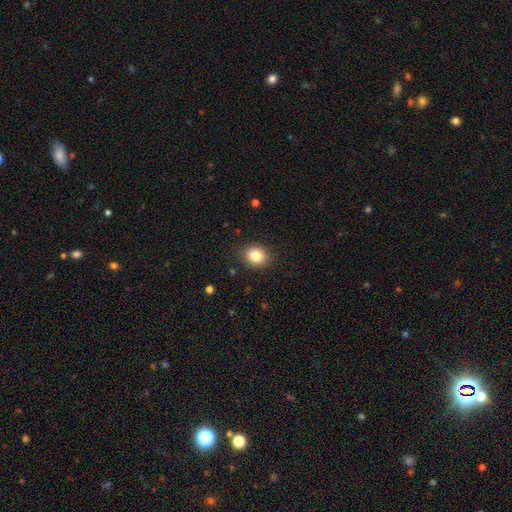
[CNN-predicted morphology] A smooth galaxy with no disk features (83%) that is round (63%).

Vote fractions:
- Smooth or featured? smooth: 83% / star or artifact: 10% / featured or disk: 6%
- How rounded? round: 63% / in between: 36% / cigar-shaped: 1%
- Merging? none: 87% / minor disturbance: 9% / major disturbance: 3% / merger: 1%